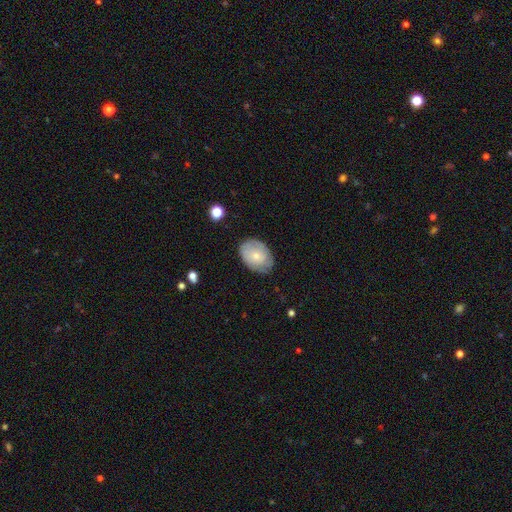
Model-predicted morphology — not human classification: The model was most divided on "smooth or featured": smooth: 57%, featured or disk: 36%, star or artifact: 7%. More confident: how rounded — in between (74%); merging — none (70%).